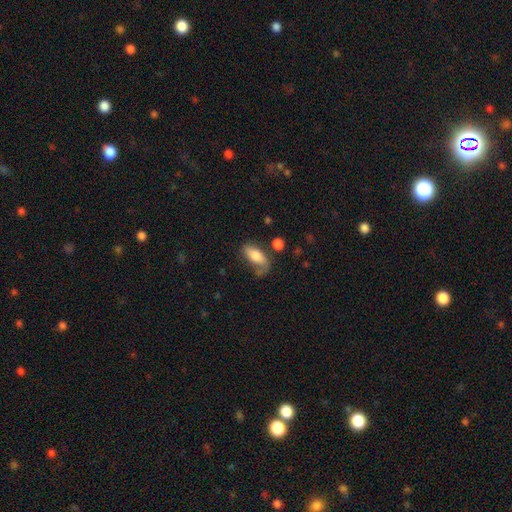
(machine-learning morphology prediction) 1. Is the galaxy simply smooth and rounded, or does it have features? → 69% smooth, 23% featured or disk, 7% star or artifact.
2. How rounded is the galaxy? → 84% in between, 13% cigar-shaped, 4% round.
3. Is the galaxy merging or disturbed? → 46% none, 27% minor disturbance, 19% major disturbance, 8% merger.